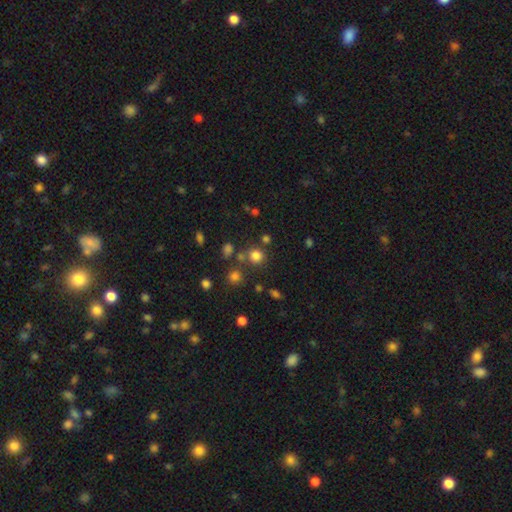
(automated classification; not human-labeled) This is likely a smooth galaxy (76%). How rounded: clearly round (89%). Merging: likely none (75%).